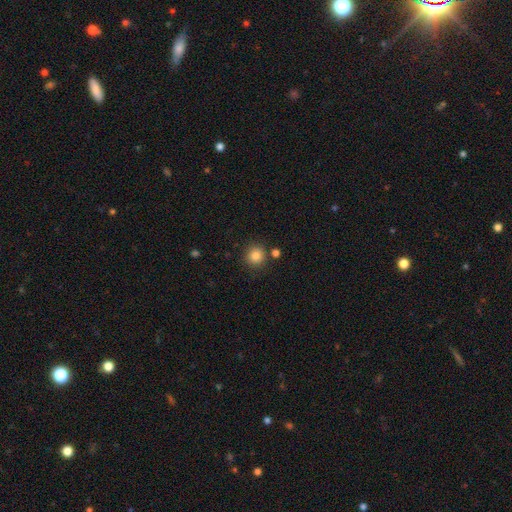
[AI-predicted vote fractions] smooth 83%, star or artifact 11%, featured or disk 6%. Down the decision tree: how rounded — round (93%); merging — none (84%).